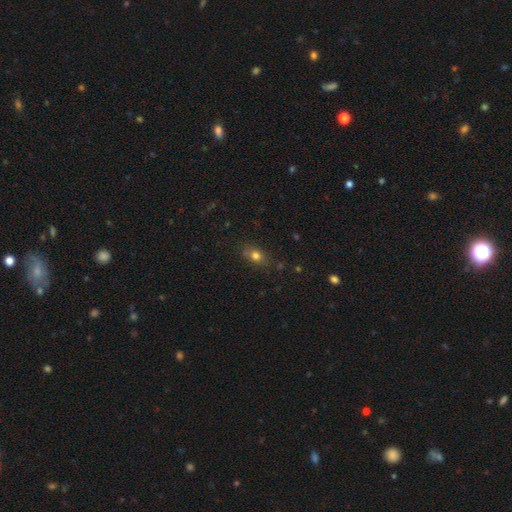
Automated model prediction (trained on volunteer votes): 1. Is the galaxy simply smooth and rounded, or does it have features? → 77% smooth, 13% star or artifact, 10% featured or disk.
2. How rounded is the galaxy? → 62% in between, 35% round, 3% cigar-shaped.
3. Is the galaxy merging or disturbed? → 77% none, 16% minor disturbance, 4% major disturbance, 3% merger.